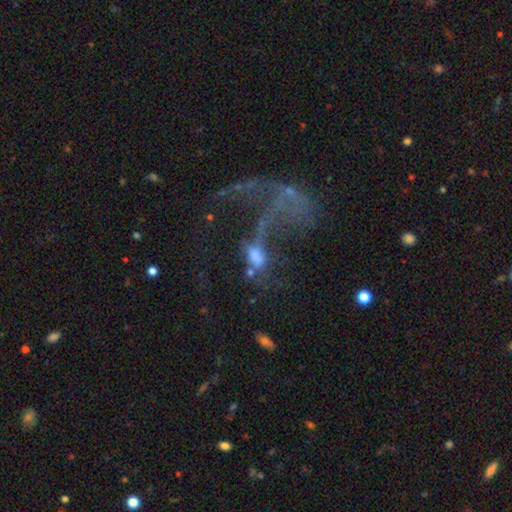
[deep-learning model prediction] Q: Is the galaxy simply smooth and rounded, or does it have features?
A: featured or disk — 47%.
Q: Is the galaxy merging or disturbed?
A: major disturbance — 48%.